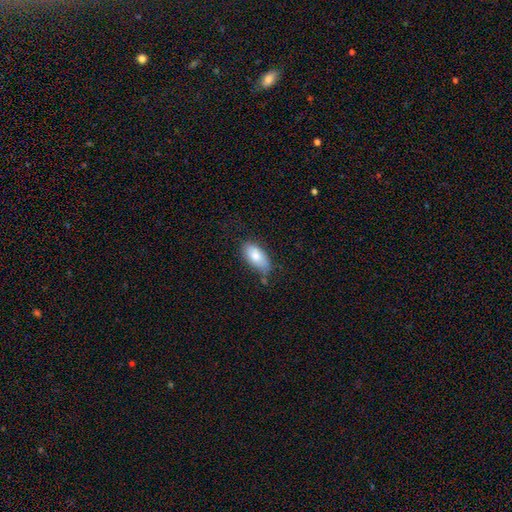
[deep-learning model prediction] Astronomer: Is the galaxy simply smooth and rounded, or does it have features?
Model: smooth — 81%.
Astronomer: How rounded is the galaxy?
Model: in between — 93%.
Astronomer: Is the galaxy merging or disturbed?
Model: none — 65%.